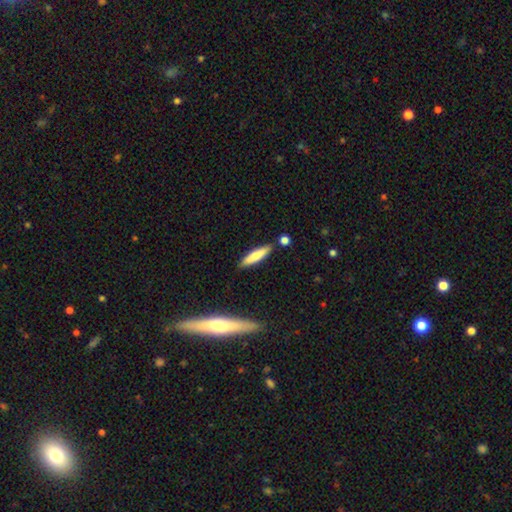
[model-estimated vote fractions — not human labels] The model was most divided on "smooth or featured": smooth: 70%, featured or disk: 24%, star or artifact: 6%. More confident: merging — none (83%); how rounded — cigar-shaped (77%).